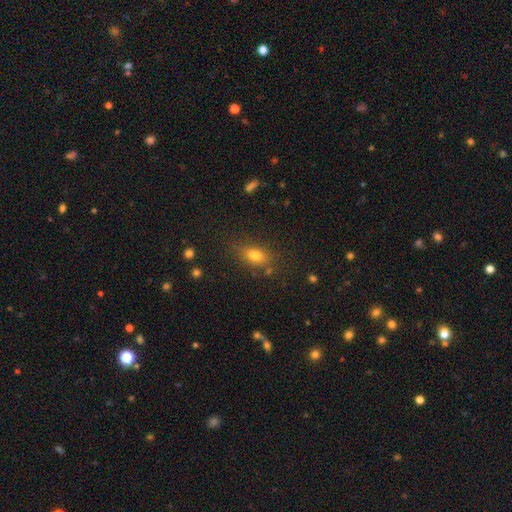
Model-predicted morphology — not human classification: Q: Smooth or featured?
A: smooth (78%); runner-up: star or artifact (12%)
Q: How rounded?
A: in between (78%); runner-up: round (15%)
Q: Merging?
A: none (75%); runner-up: minor disturbance (16%)